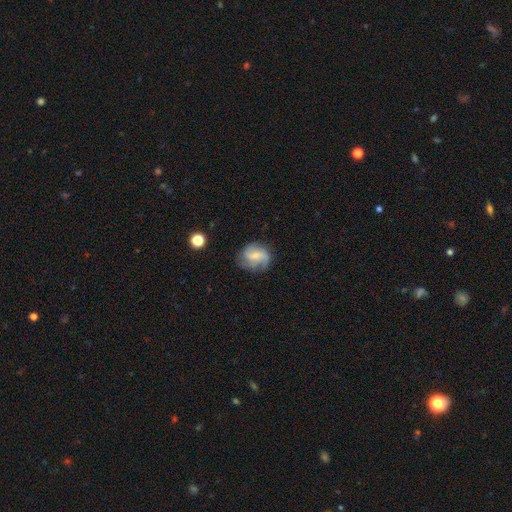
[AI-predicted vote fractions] featured or disk 61%, smooth 31%, star or artifact 8%. Down the decision tree: edge-on disk — no (97%); bar — weak (47%); spiral arms — yes (90%); spiral arm count — 2 (39%); spiral winding — medium (43%); bulge size — small (57%); merging — none (66%).